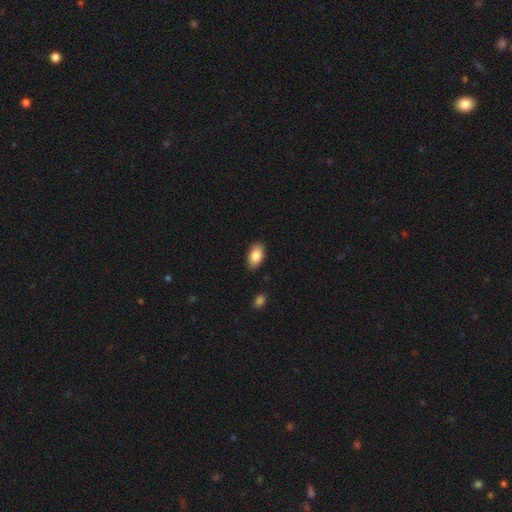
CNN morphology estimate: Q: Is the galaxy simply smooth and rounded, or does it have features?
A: smooth — 85%.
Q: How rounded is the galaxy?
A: in between — 93%.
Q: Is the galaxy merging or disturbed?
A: none — 83%.